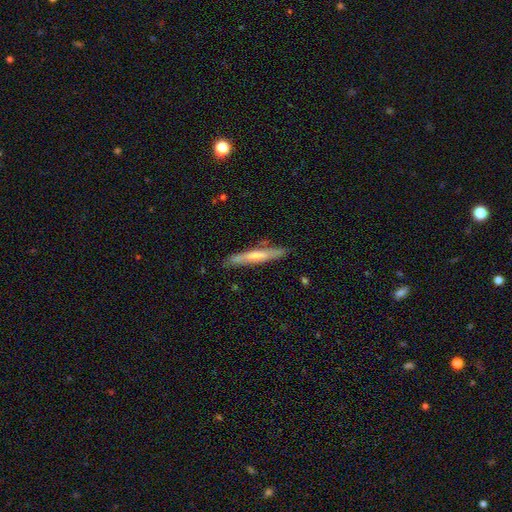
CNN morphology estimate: Q: Smooth or featured?
A: featured or disk (47%); tied with: smooth (47%)
Q: Merging?
A: none (83%); runner-up: minor disturbance (13%)